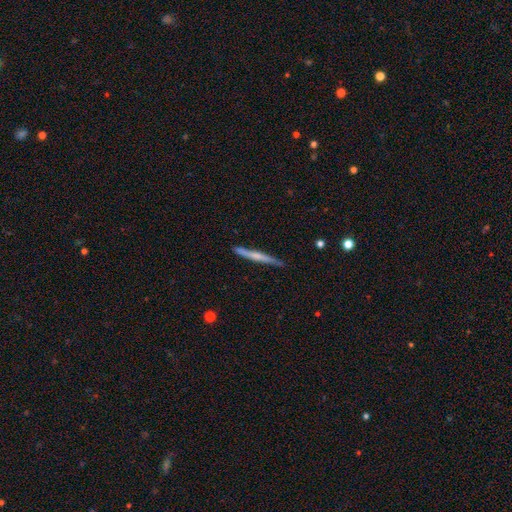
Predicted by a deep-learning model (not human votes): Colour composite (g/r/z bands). It shows a featured or disk galaxy (55%) viewed edge-on (97%) with no central bulge (50%). Merging: none (87%).